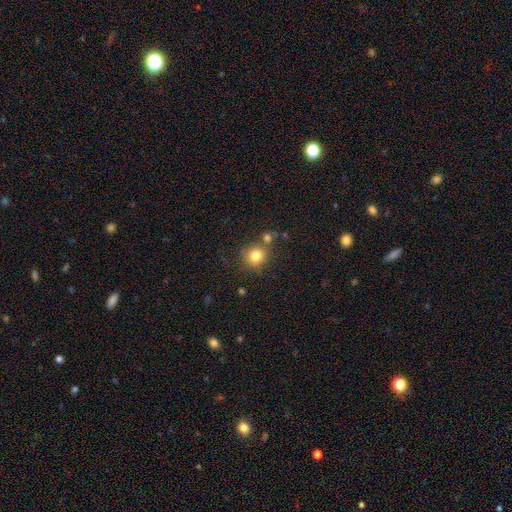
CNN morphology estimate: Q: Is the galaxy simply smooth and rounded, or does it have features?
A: smooth — 80%.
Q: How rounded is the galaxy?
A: round — 86%.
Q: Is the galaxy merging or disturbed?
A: none — 68%.